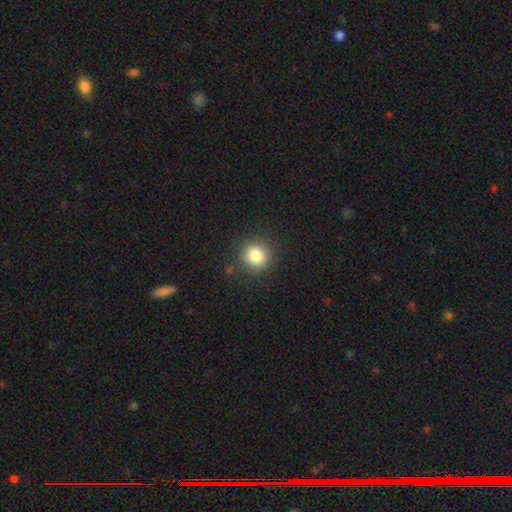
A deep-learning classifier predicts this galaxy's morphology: This appears to be a smooth galaxy with no disk features (83%) that is round (90%). Merging: none (88%).